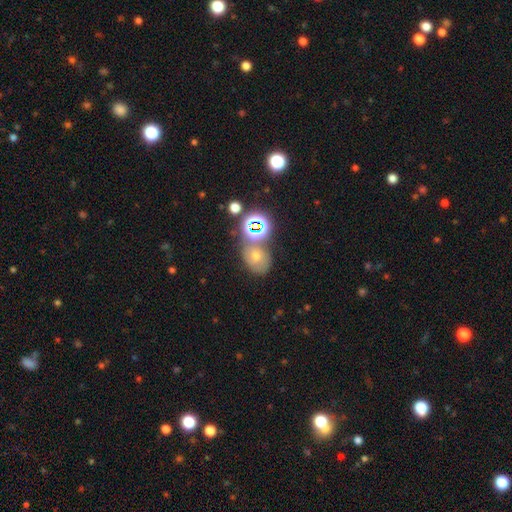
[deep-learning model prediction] This appears to be a star or artifact, not a galaxy (43%).